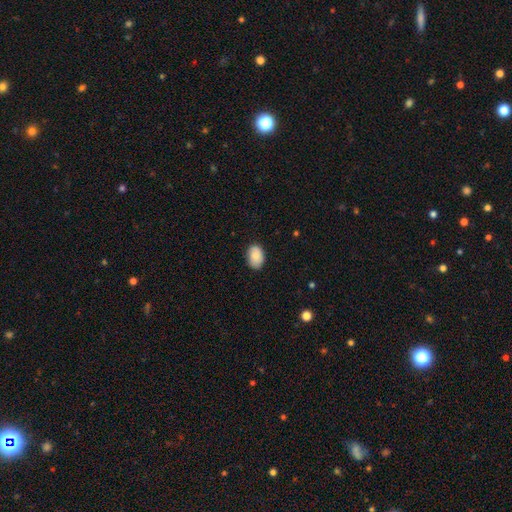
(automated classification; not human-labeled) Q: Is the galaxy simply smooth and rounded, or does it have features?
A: smooth — 87%.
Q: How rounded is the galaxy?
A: in between — 87%.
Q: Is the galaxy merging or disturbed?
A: none — 85%.